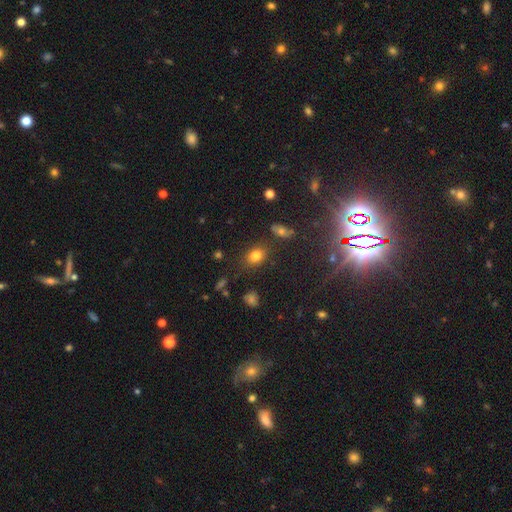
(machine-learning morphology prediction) Q: Smooth or featured?
A: smooth (79%); runner-up: star or artifact (13%)
Q: How rounded?
A: in between (65%); runner-up: round (33%)
Q: Merging?
A: none (79%); runner-up: minor disturbance (13%)